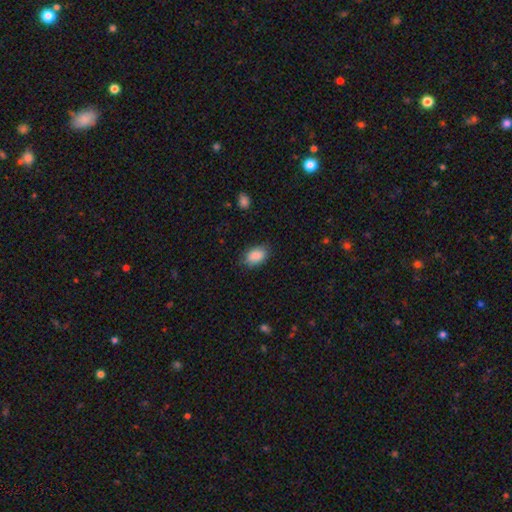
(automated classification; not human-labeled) A smooth galaxy with no disk features (86%) that is in between round and cigar-shaped (89%).

Vote fractions:
- Smooth or featured? smooth: 86% / star or artifact: 7% / featured or disk: 7%
- How rounded? in between: 89% / round: 10% / cigar-shaped: 1%
- Merging? none: 79% / minor disturbance: 16% / major disturbance: 4% / merger: 1%